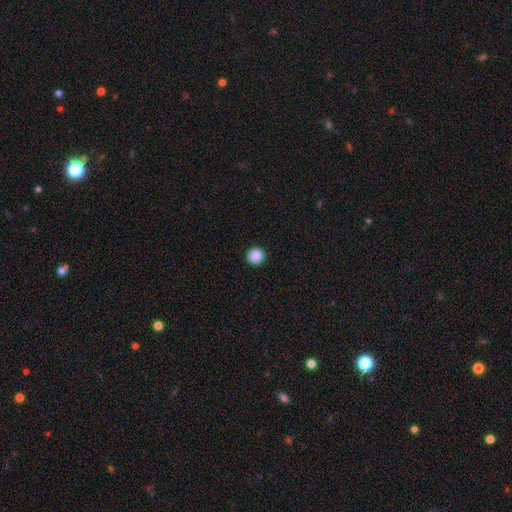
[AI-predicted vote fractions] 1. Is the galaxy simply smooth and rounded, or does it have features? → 88% smooth, 10% star or artifact, 3% featured or disk.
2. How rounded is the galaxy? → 96% round, 4% in between, 1% cigar-shaped.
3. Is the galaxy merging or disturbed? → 92% none, 5% minor disturbance, 2% major disturbance, 1% merger.